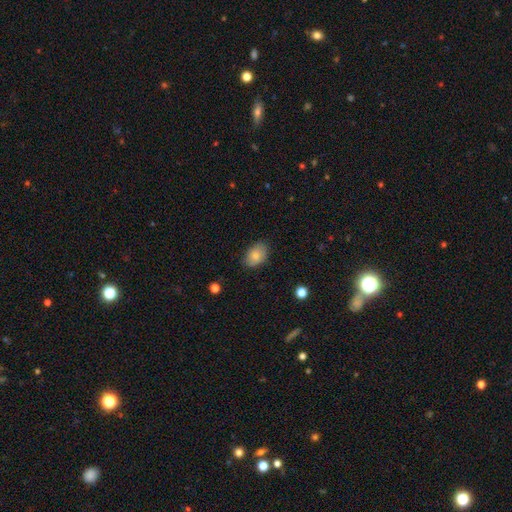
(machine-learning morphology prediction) smooth-or-featured: smooth: 83% | featured or disk: 10% | star or artifact: 7%
  how-rounded: in between: 86% | round: 13% | cigar-shaped: 1%
  merging: none: 77% | minor disturbance: 18% | major disturbance: 4% | merger: 1%